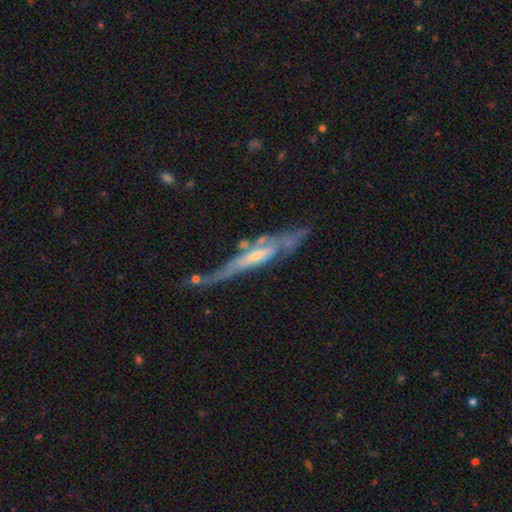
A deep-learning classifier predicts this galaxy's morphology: This appears to be a featured or disk galaxy (74%) viewed edge-on (56%). Merging: none (32%).